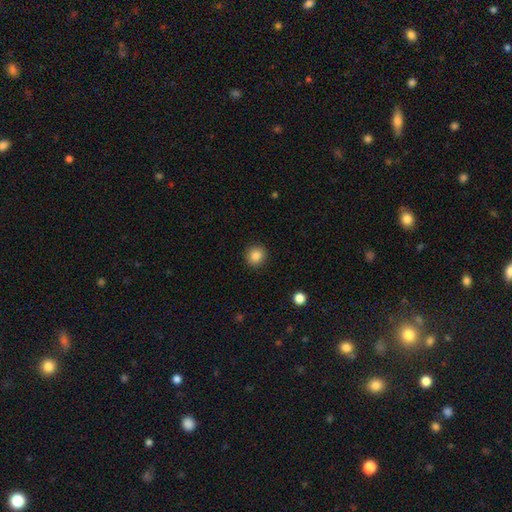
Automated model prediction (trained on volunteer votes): The model was most divided on "smooth or featured": smooth: 86%, star or artifact: 10%, featured or disk: 4%. More confident: merging — none (91%); how rounded — round (89%).